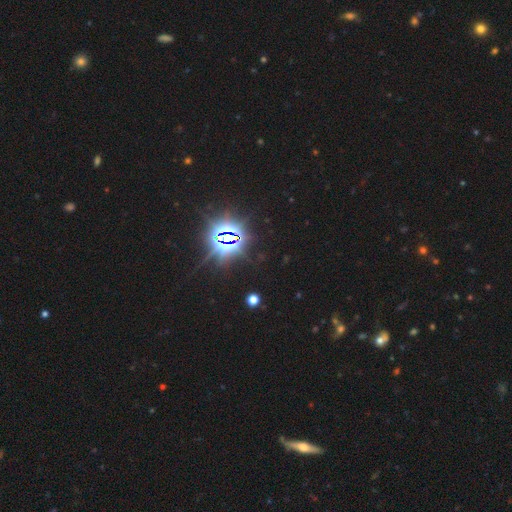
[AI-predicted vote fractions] Smooth or featured?
  - star or artifact: 85% *
  - smooth: 9%
  - featured or disk: 6%